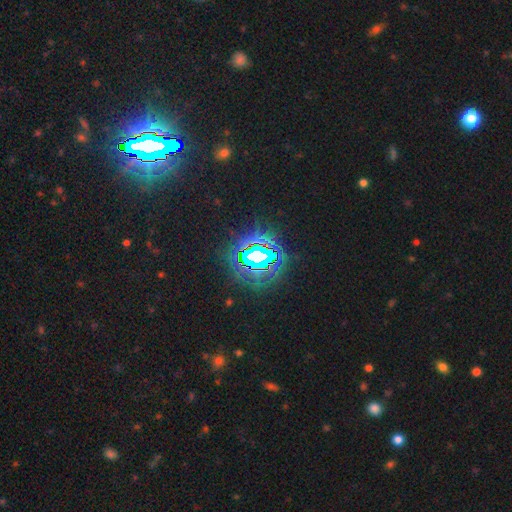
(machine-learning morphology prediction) Overall: star or artifact (75%).